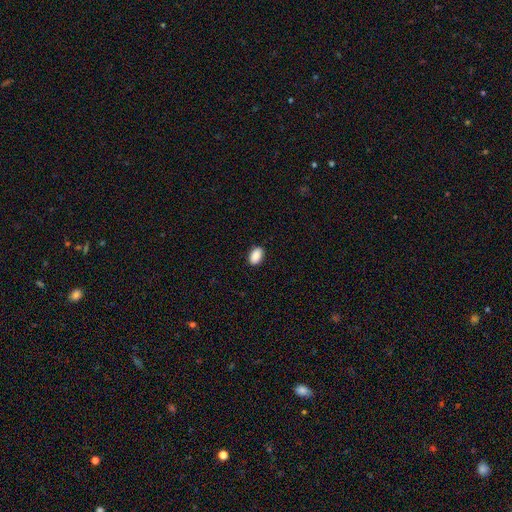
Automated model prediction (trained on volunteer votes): smooth-or-featured: smooth: 90% | star or artifact: 7% | featured or disk: 3%
  how-rounded: in between: 92% | round: 7% | cigar-shaped: 1%
  merging: none: 89% | minor disturbance: 8% | major disturbance: 2% | merger: 1%